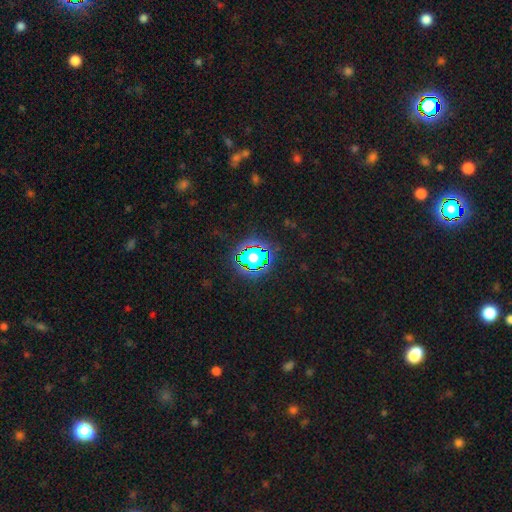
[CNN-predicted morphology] smooth-or-featured: star or artifact: 58% | smooth: 29% | featured or disk: 13%